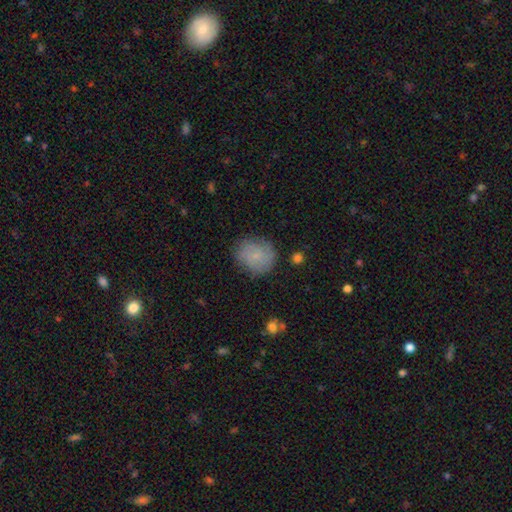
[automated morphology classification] smooth_or_featured: smooth (p=0.70) [alt: featured or disk p=0.21]
how_rounded: round (p=0.73) [alt: in between p=0.26]
merging: none (p=0.75) [alt: minor disturbance p=0.19]